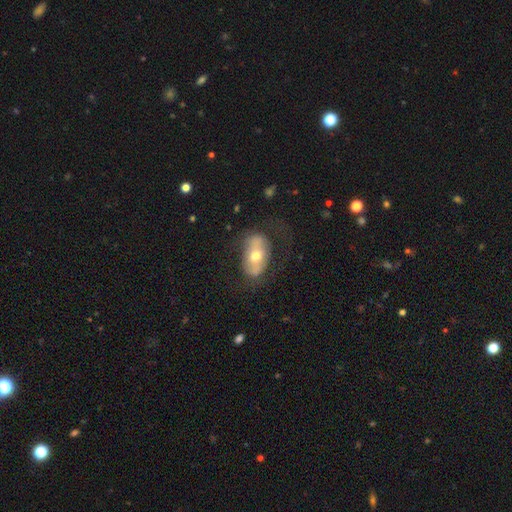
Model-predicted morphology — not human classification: This appears to be a featured or disk galaxy (53%). Merging: none (62%).